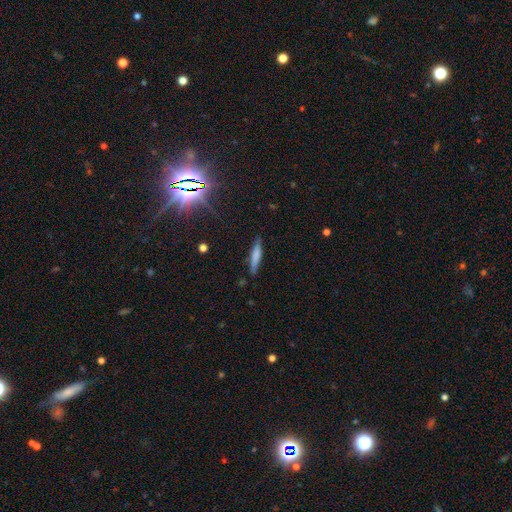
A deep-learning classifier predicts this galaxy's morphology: type=smooth (66%); roundness=cigar-shaped (87%); merging=none (84%).